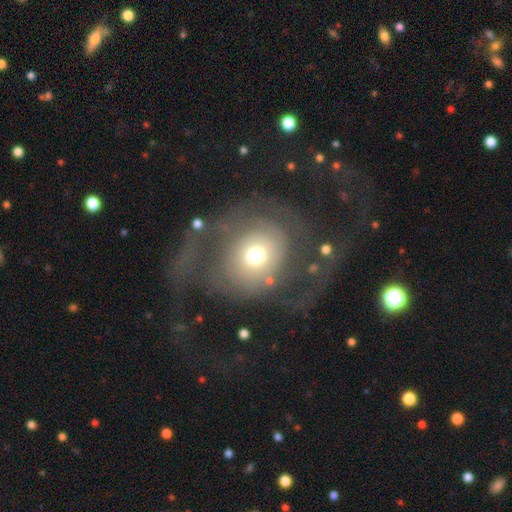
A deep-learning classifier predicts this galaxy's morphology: Smooth or featured?
  - featured or disk: 46% *
  - smooth: 43%
  - star or artifact: 11%
Merging?
  - major disturbance: 42% *
  - none: 40%
  - minor disturbance: 14%
  - merger: 4%